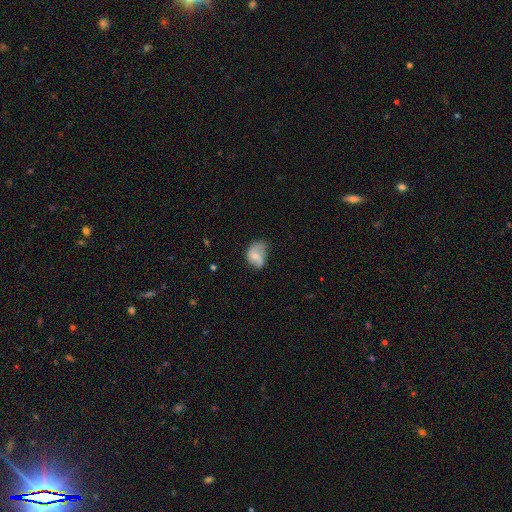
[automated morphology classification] A smooth galaxy with no disk features (52%) that is in between round and cigar-shaped (74%).

Vote fractions:
- Smooth or featured? smooth: 52% / featured or disk: 39% / star or artifact: 9%
- How rounded? in between: 74% / round: 25% / cigar-shaped: 1%
- Merging? minor disturbance: 35% / none: 29% / major disturbance: 27% / merger: 9%